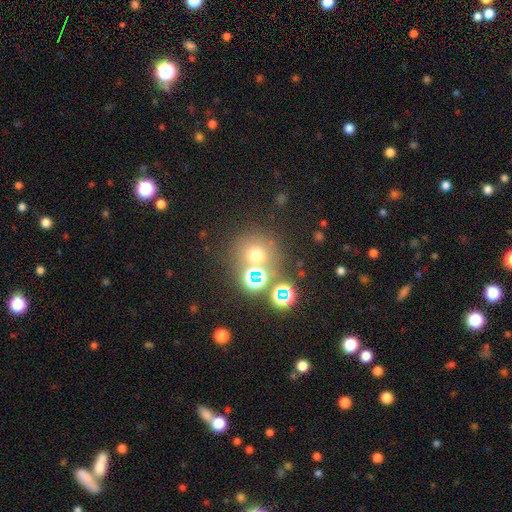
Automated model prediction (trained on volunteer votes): The model was most divided on "smooth or featured": smooth: 60%, star or artifact: 30%, featured or disk: 10%. More confident: how rounded — round (90%); merging — none (68%).